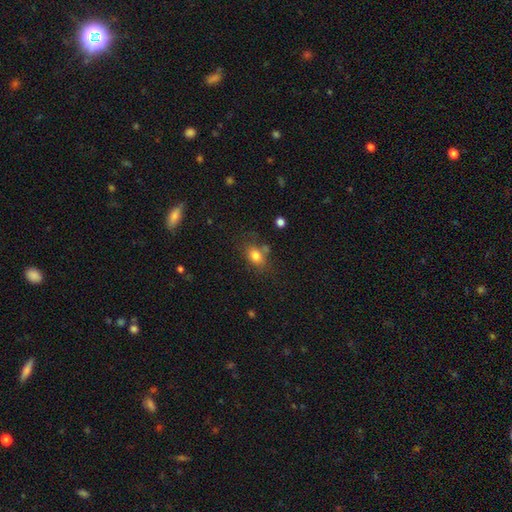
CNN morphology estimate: A smooth galaxy with no disk features (80%) that is in between round and cigar-shaped (70%). Merging: none (62%).